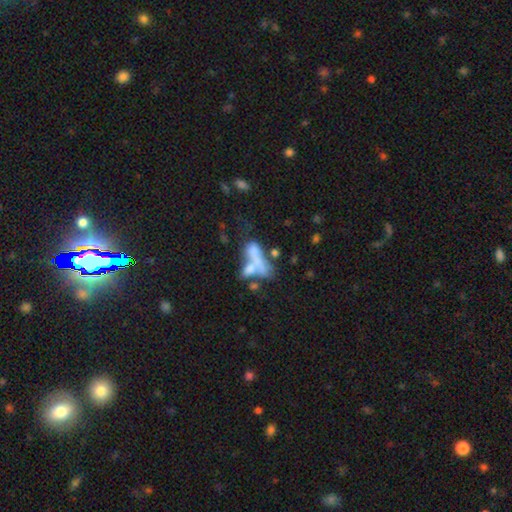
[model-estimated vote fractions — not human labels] This is possibly a smooth galaxy (53%). How rounded: likely in between (69%). Merging: possibly merger (58%).